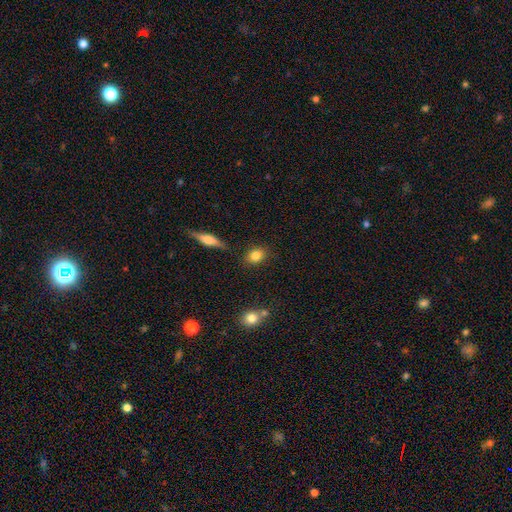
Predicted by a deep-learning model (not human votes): Overall: smooth (83%). How rounded: in between (53%; round 44%). Merging: none (84%).